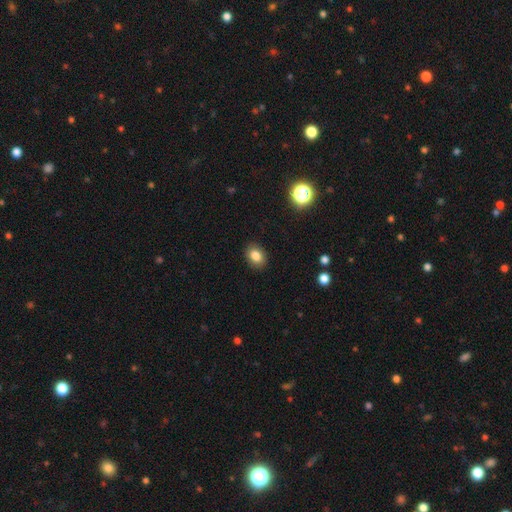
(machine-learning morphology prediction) smooth 84%, star or artifact 10%, featured or disk 6%. Down the decision tree: how rounded — in between (66%); merging — none (89%).